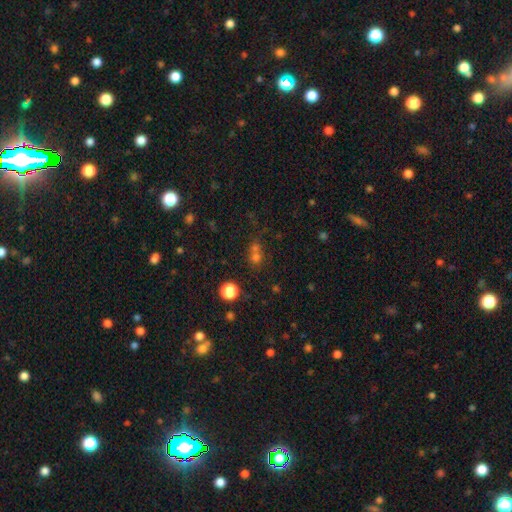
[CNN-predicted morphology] smooth 56%, star or artifact 33%, featured or disk 10%. Down the decision tree: how rounded — round (81%); merging — none (51%).